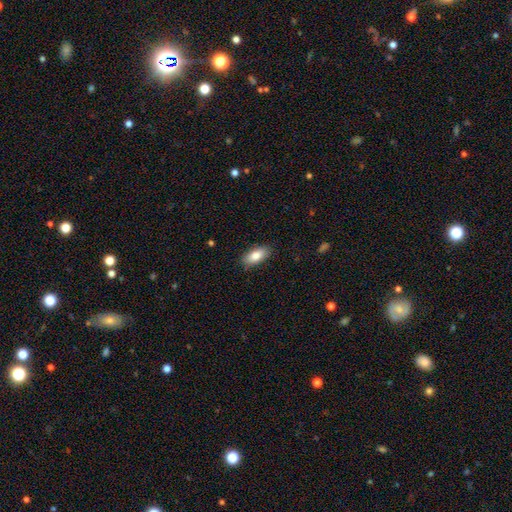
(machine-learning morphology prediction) Q: Smooth or featured?
A: smooth (82%); runner-up: featured or disk (11%)
Q: How rounded?
A: in between (88%); runner-up: cigar-shaped (10%)
Q: Merging?
A: none (87%); runner-up: minor disturbance (10%)